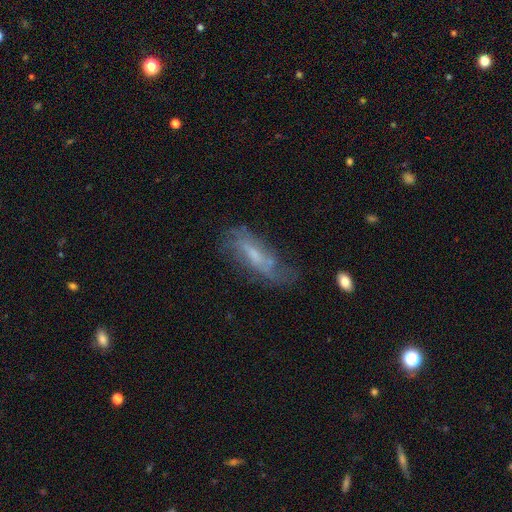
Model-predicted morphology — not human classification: A featured or disk galaxy (58%).

Vote fractions:
- Smooth or featured? featured or disk: 58% / smooth: 33% / star or artifact: 9%
- Edge-on disk? no: 80% / yes: 20%
- Merging? none: 55% / minor disturbance: 27% / major disturbance: 16% / merger: 3%